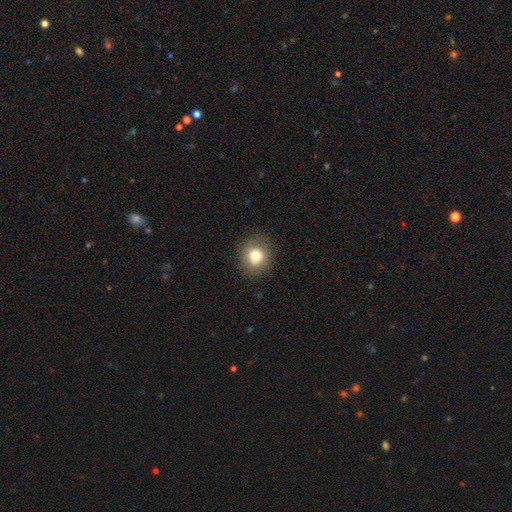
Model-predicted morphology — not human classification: smooth 78%, star or artifact 11%, featured or disk 11%. Down the decision tree: how rounded — round (83%); merging — none (88%).